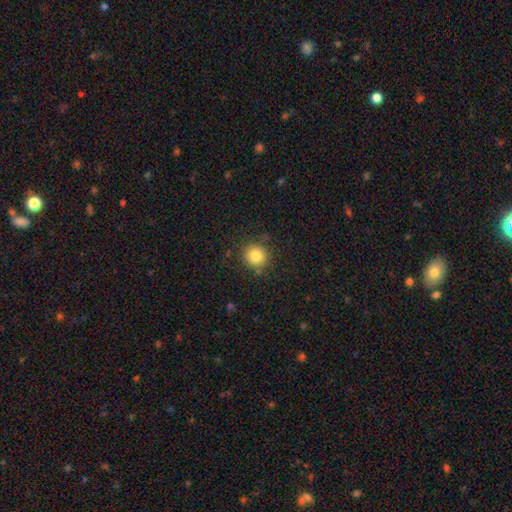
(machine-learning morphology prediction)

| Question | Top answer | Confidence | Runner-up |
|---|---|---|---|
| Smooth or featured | smooth | 83% | star or artifact (11%) |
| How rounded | round | 92% | in between (7%) |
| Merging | none | 86% | minor disturbance (9%) |